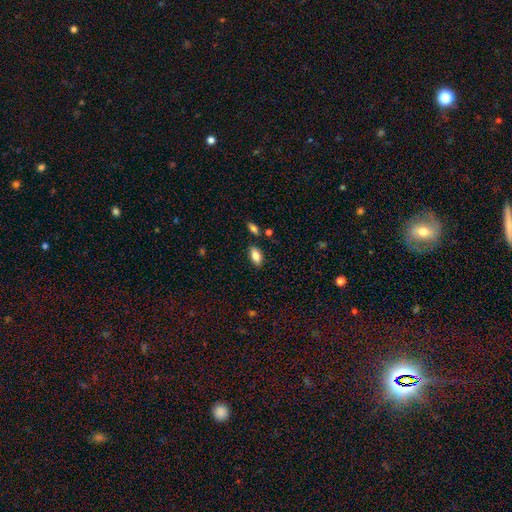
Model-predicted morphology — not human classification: Smooth or featured? Predicted: smooth (p=0.85). How rounded? Predicted: in between (p=0.91). Merging? Predicted: none (p=0.83).